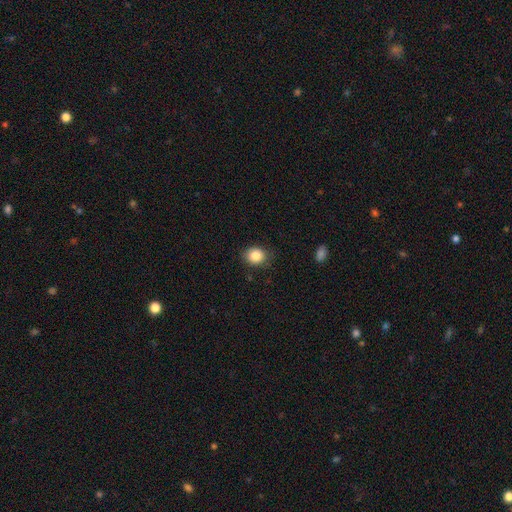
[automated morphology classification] A smooth galaxy with no disk features (85%) that is round (61%).

Vote fractions:
- Smooth or featured? smooth: 85% / star or artifact: 9% / featured or disk: 5%
- How rounded? round: 61% / in between: 38% / cigar-shaped: 1%
- Merging? none: 82% / minor disturbance: 14% / major disturbance: 3% / merger: 1%